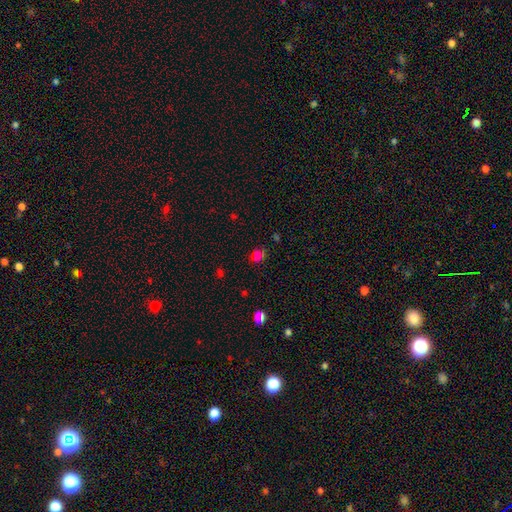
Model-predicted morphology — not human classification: Q: Smooth or featured?
A: smooth (62%); runner-up: star or artifact (31%)
Q: How rounded?
A: round (56%); runner-up: in between (42%)
Q: Merging?
A: none (69%); runner-up: minor disturbance (17%)